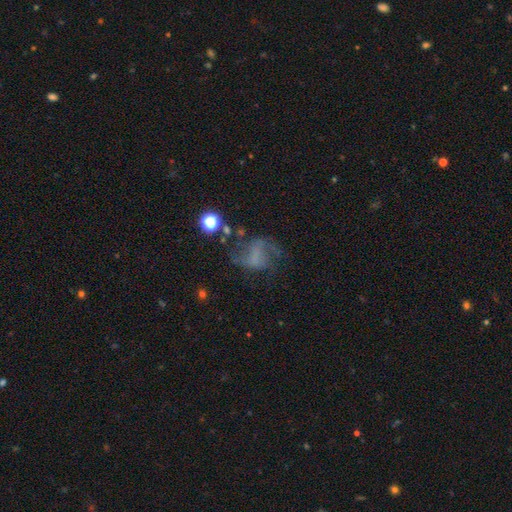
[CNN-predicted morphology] Smooth or featured? Predicted: featured or disk (p=0.56). Edge-on disk? Predicted: no (p=0.97). Bar? Predicted: no (p=0.55). Spiral arms? Predicted: yes (p=0.70). Bulge size? Predicted: none (p=0.72). Merging? Predicted: none (p=0.47).